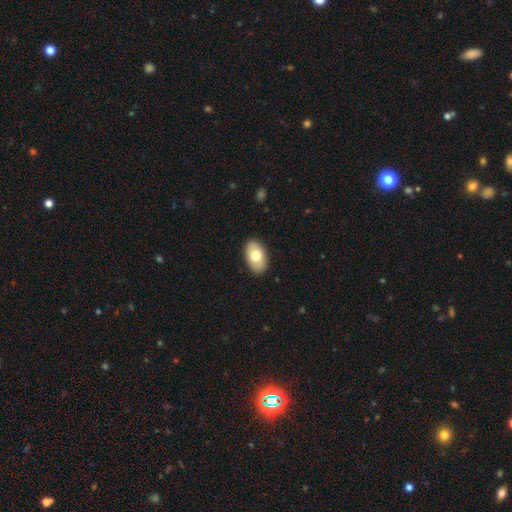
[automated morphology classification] This is likely a smooth galaxy (73%). How rounded: clearly in between (92%). Merging: clearly none (88%).